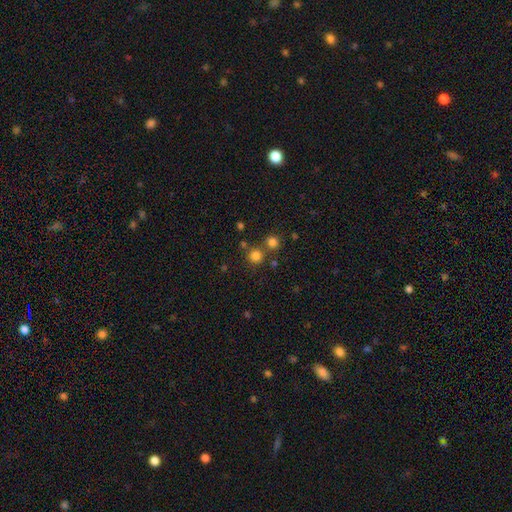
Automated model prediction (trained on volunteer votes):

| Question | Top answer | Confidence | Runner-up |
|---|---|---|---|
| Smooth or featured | smooth | 78% | star or artifact (17%) |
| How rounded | round | 92% | in between (7%) |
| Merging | none | 70% | merger (21%) |